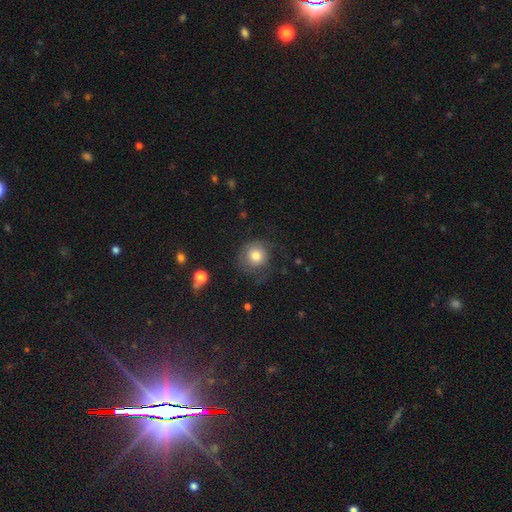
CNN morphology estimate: Overall: smooth (73%). How rounded: round (89%). Merging: none (62%).